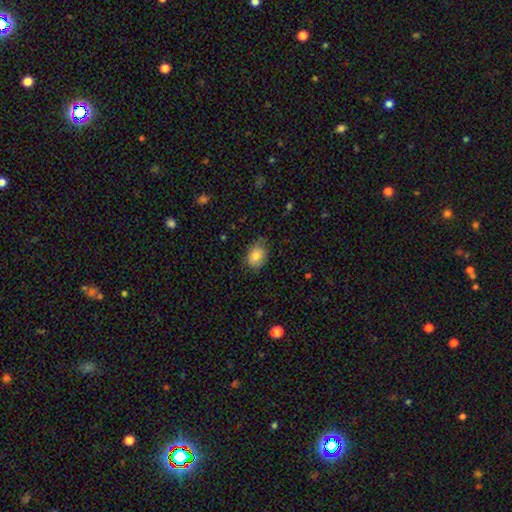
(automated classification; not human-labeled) smooth 81%, featured or disk 10%, star or artifact 8%. Down the decision tree: how rounded — in between (69%); merging — none (64%).